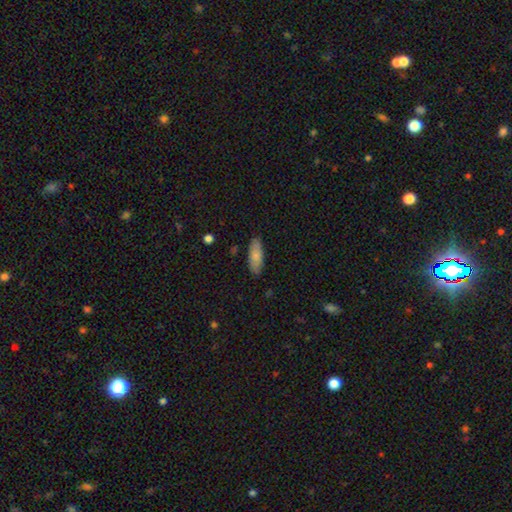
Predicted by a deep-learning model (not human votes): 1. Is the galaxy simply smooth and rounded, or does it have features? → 80% smooth, 14% featured or disk, 6% star or artifact.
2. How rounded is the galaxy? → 70% in between, 28% cigar-shaped, 2% round.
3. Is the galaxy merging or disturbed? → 84% none, 12% minor disturbance, 2% major disturbance, 1% merger.